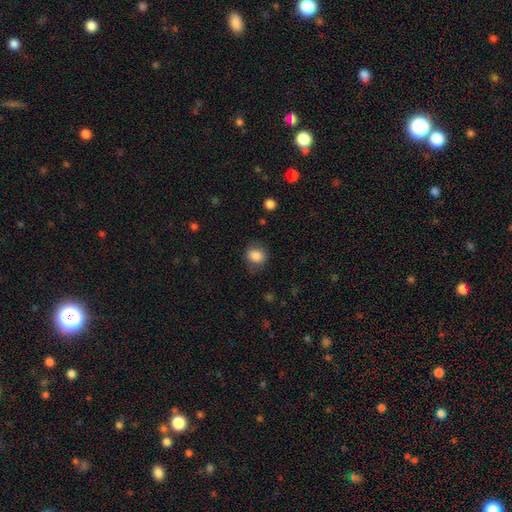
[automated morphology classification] The model was most divided on "how rounded": round: 68%, in between: 31%, cigar-shaped: 1%. More confident: smooth or featured — smooth (85%); merging — none (75%).